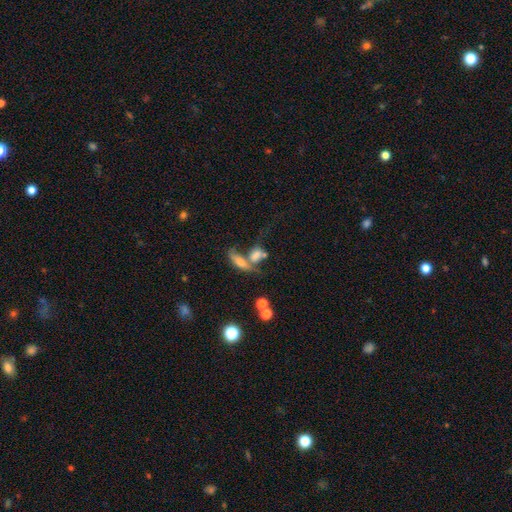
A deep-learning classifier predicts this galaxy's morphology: This is possibly a smooth galaxy (56%). How rounded: possibly in between (56%). Merging: possibly merger (48%).